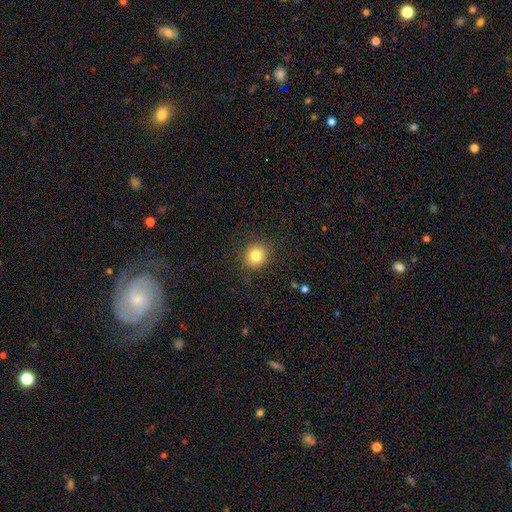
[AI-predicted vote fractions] Smooth or featured? smooth (80%)
How rounded? round (86%)
Merging? none (89%)